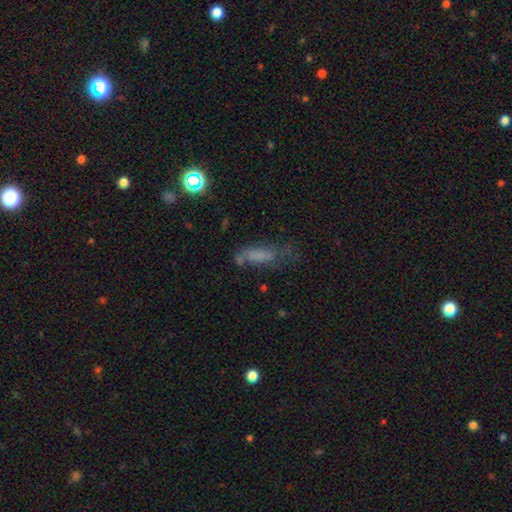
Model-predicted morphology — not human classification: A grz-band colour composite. It shows a smooth galaxy with no disk features (63%) that is cigar-shaped (51%). Merging: none (42%).